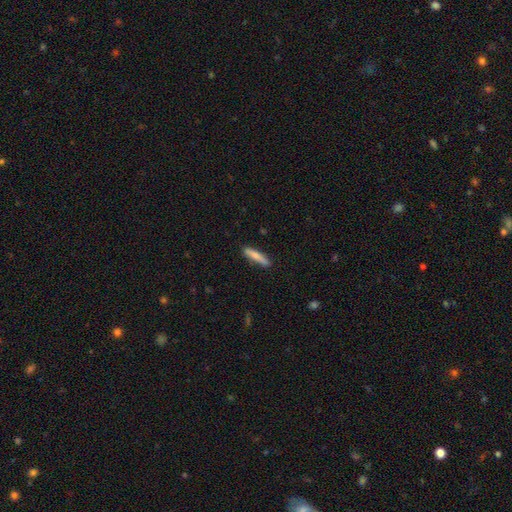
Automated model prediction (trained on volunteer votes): Smooth or featured? Predicted: smooth (p=0.79). How rounded? Predicted: cigar-shaped (p=0.87). Merging? Predicted: none (p=0.86).